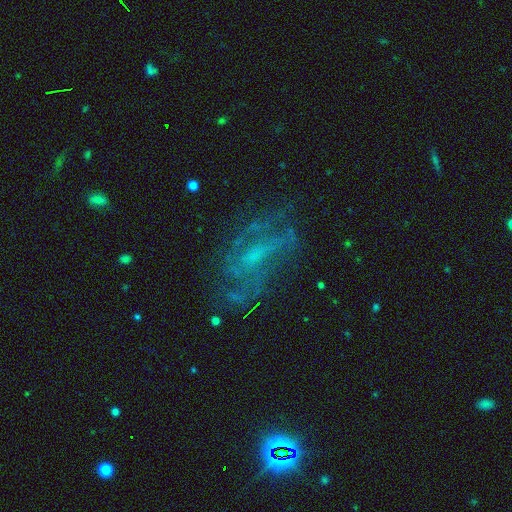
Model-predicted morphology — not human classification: The model was most divided on "bar": weak: 43%, no: 42%, strong: 15%. Remaining: edge-on disk — no (93%); spiral arms — yes (68%); smooth or featured — featured or disk (62%); merging — none (61%); bulge size — small (41%).